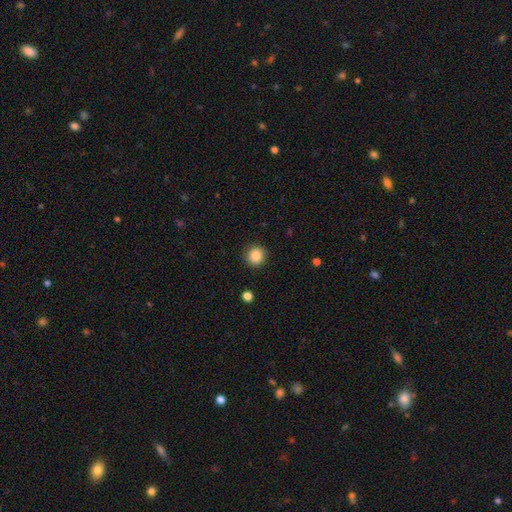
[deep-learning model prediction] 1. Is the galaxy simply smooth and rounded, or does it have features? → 87% smooth, 10% star or artifact, 3% featured or disk.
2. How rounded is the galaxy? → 89% round, 10% in between, 1% cigar-shaped.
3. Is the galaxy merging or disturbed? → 89% none, 7% minor disturbance, 2% major disturbance, 1% merger.